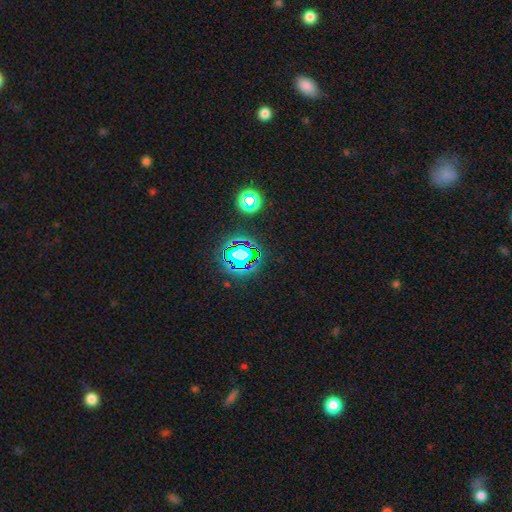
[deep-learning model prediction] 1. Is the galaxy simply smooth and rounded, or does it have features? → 77% star or artifact, 15% smooth, 8% featured or disk.